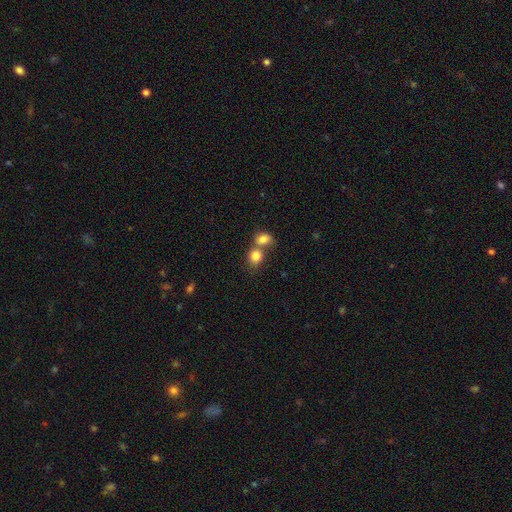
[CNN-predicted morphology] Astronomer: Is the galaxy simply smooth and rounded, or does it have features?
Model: smooth — 83%.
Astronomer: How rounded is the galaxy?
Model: round — 62%.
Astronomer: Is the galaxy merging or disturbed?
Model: merger — 53% (runner-up: none, 36%).